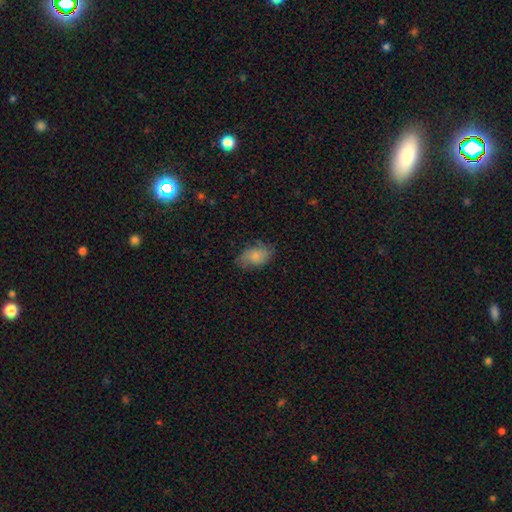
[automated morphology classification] Q: Smooth or featured?
A: smooth (75%); runner-up: featured or disk (17%)
Q: How rounded?
A: in between (86%); runner-up: round (12%)
Q: Merging?
A: none (66%); runner-up: minor disturbance (25%)